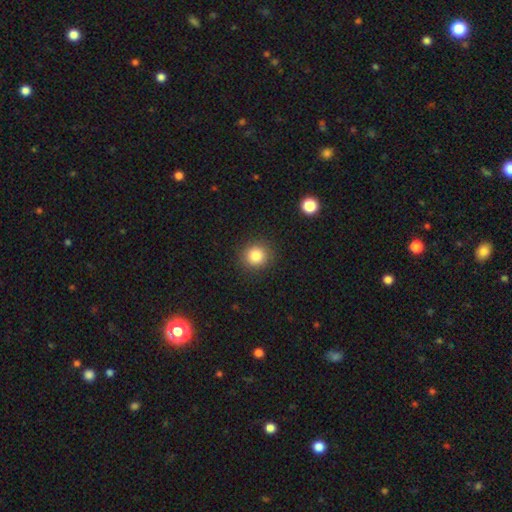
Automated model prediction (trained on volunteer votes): The model was most divided on "smooth or featured": smooth: 84%, star or artifact: 11%, featured or disk: 6%. More confident: merging — none (90%); how rounded — round (88%).